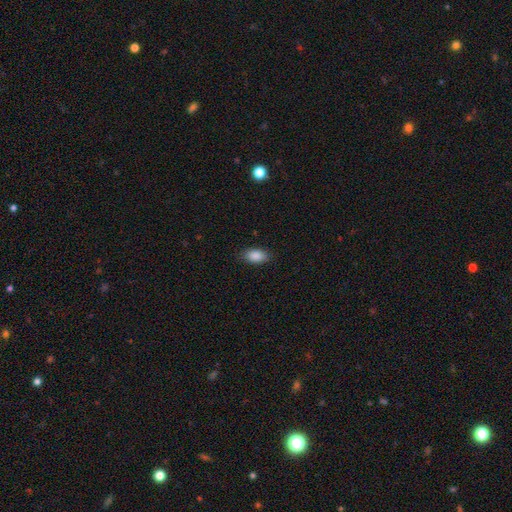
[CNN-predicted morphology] smooth 88%, star or artifact 7%, featured or disk 4%. Down the decision tree: how rounded — in between (91%); merging — none (86%).